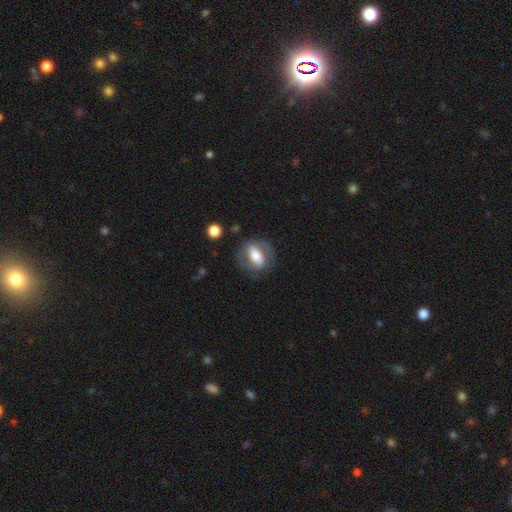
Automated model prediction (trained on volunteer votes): Q: Smooth or featured?
A: featured or disk (57%); runner-up: smooth (36%)
Q: Edge-on disk?
A: no (91%); runner-up: yes (9%)
Q: Bar?
A: strong (49%); runner-up: weak (28%)
Q: Spiral arms?
A: yes (63%); runner-up: no (37%)
Q: Bulge size?
A: moderate (53%); runner-up: large (22%)
Q: Merging?
A: none (73%); runner-up: minor disturbance (15%)